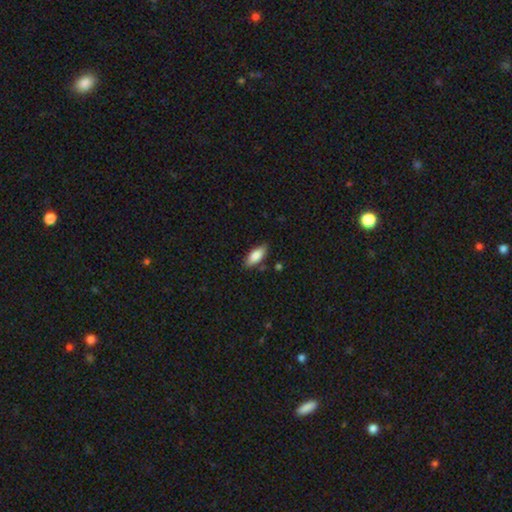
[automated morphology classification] Overall: smooth (83%). How rounded: in between (79%). Merging: none (79%).